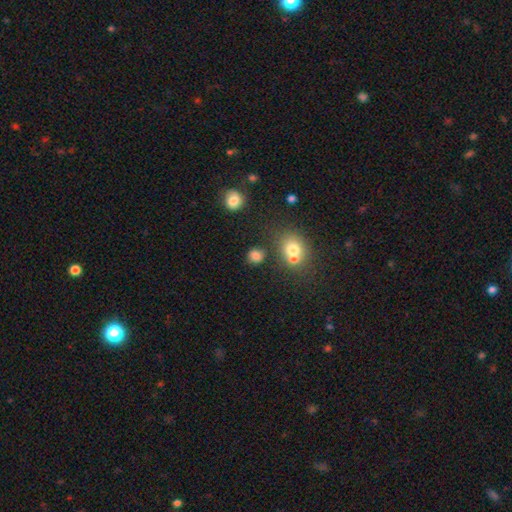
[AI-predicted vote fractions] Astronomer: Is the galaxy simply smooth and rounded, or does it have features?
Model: smooth — 79%.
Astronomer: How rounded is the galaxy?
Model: round — 80%.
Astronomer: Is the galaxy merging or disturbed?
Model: none — 73%.